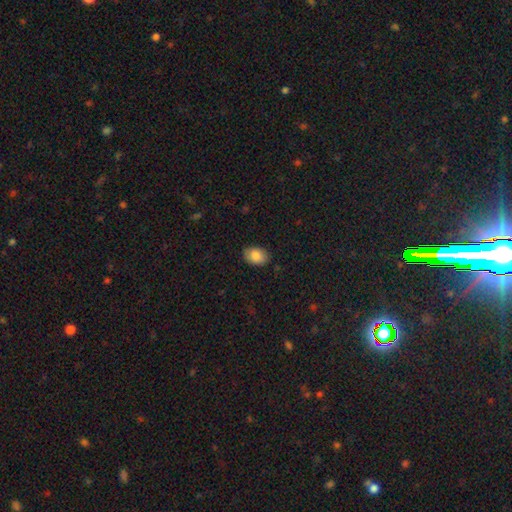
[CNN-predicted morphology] This appears to be a smooth galaxy with no disk features (85%) that is in between round and cigar-shaped (80%). Merging: none (86%).